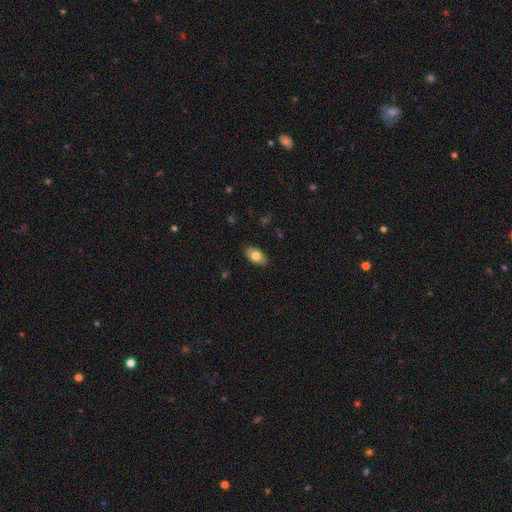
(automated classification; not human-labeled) smooth 75%, featured or disk 19%, star or artifact 6%. Down the decision tree: how rounded — in between (93%); merging — none (87%).